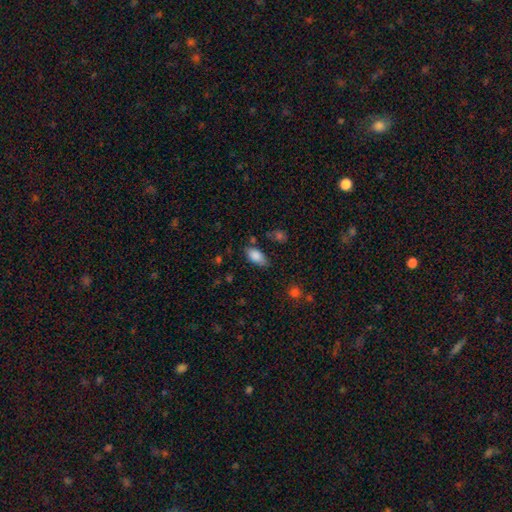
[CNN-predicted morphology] type=smooth (85%); roundness=in between (91%); merging=none (65%).